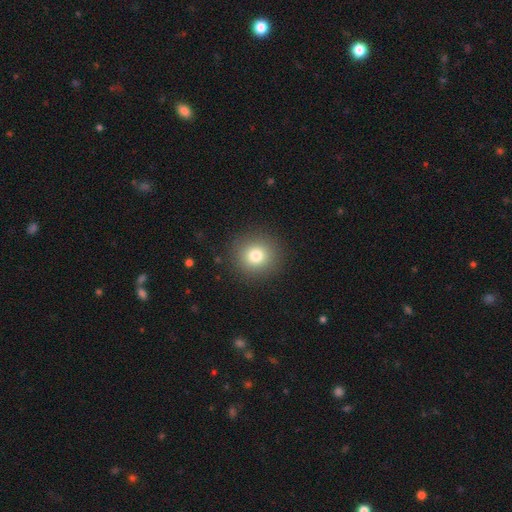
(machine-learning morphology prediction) This appears to be a smooth galaxy with no disk features (79%) that is round (92%). Merging: none (90%).